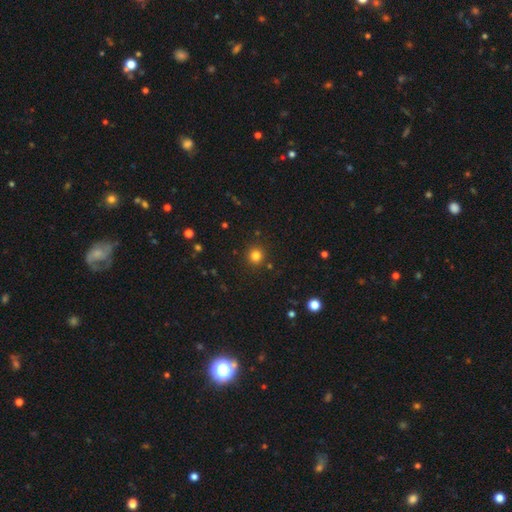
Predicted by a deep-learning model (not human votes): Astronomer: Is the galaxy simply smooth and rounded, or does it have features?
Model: smooth — 81%.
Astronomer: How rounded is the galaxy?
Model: round — 92%.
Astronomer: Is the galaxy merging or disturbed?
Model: none — 89%.